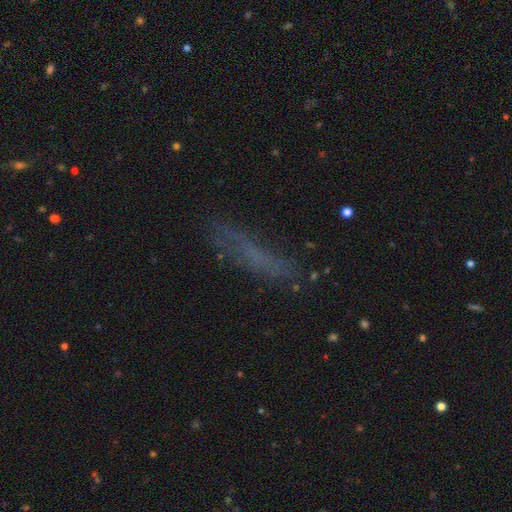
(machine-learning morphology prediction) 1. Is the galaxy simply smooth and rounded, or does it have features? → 55% smooth, 29% featured or disk, 16% star or artifact.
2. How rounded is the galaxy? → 75% cigar-shaped, 22% in between, 2% round.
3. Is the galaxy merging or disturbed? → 62% none, 22% minor disturbance, 13% major disturbance, 3% merger.